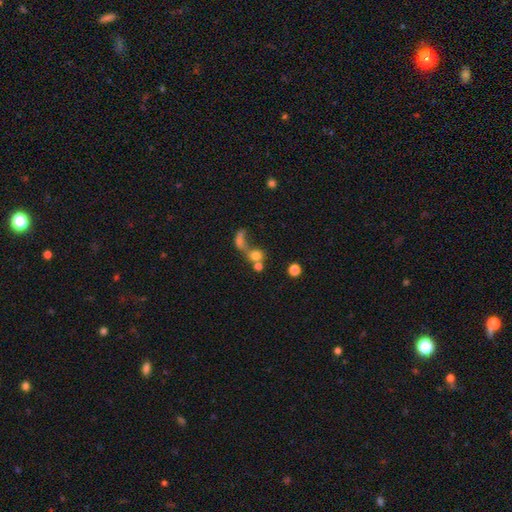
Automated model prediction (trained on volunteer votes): A smooth galaxy with no disk features (66%) that is round (72%).

Vote fractions:
- Smooth or featured? smooth: 66% / featured or disk: 18% / star or artifact: 15%
- How rounded? round: 72% / in between: 25% / cigar-shaped: 3%
- Merging? merger: 55% / none: 25% / major disturbance: 13% / minor disturbance: 7%